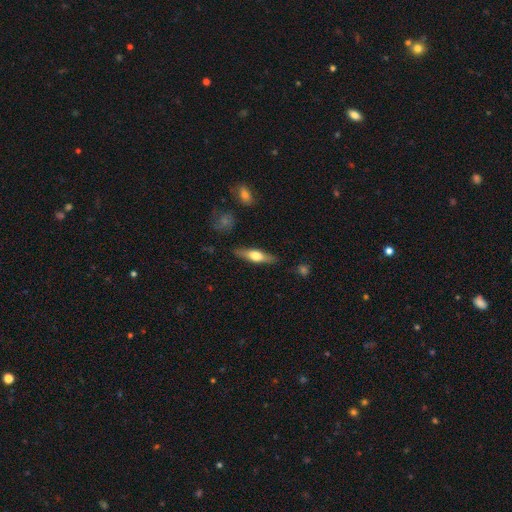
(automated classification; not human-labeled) The model was most divided on "smooth or featured": featured or disk: 48%, smooth: 47%, star or artifact: 6%. More confident: merging — none (86%).